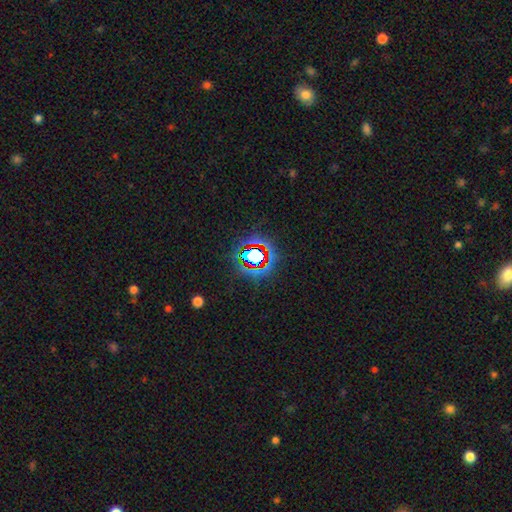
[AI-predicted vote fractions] This is likely a star or artifact rather than a galaxy (67%).